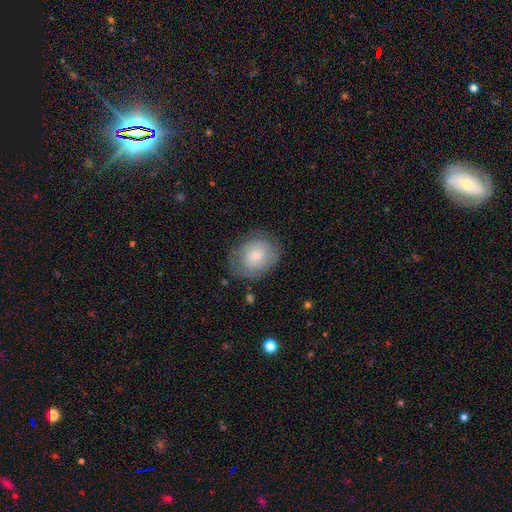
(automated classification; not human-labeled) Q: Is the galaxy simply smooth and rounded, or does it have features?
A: smooth — 59%.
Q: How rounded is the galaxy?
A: round — 57%.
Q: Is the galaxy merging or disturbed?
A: none — 71%.